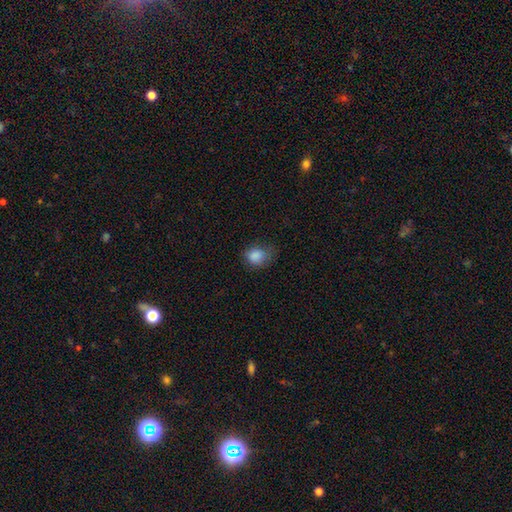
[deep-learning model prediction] A smooth galaxy with no disk features (85%) that is round (57%).

Vote fractions:
- Smooth or featured? smooth: 85% / star or artifact: 10% / featured or disk: 4%
- How rounded? round: 57% / in between: 42% / cigar-shaped: 1%
- Merging? none: 56% / minor disturbance: 31% / major disturbance: 11% / merger: 2%